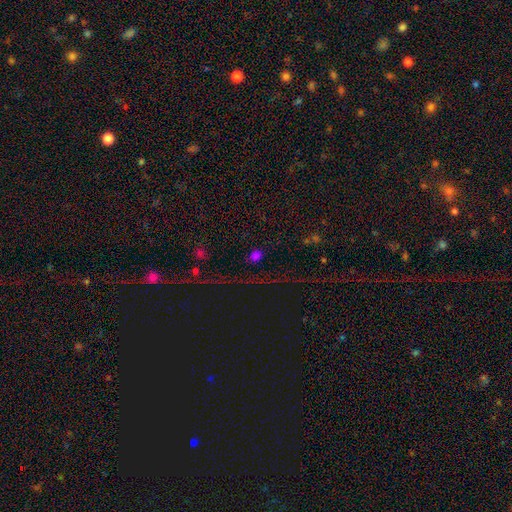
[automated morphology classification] Smooth or featured?
  - smooth: 54% *
  - star or artifact: 40%
  - featured or disk: 7%
How rounded?
  - round: 68% *
  - in between: 29%
  - cigar-shaped: 3%
Merging?
  - none: 80% *
  - minor disturbance: 10%
  - major disturbance: 6%
  - merger: 5%